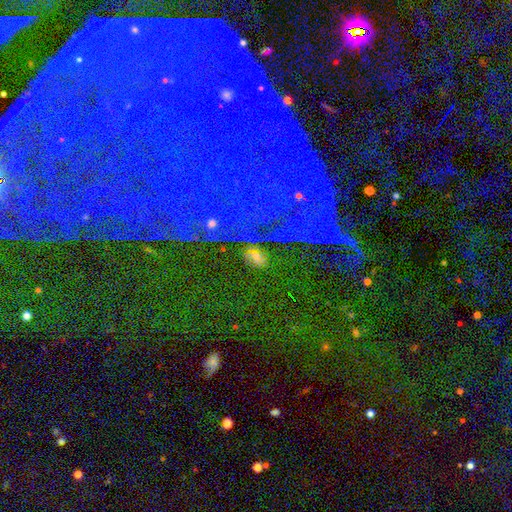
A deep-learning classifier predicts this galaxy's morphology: Q: Smooth or featured?
A: star or artifact (49%); runner-up: smooth (30%)